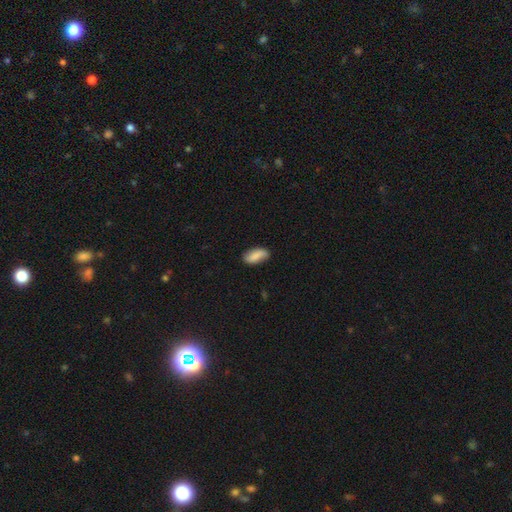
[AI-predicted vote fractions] smooth-or-featured: smooth: 79% | featured or disk: 14% | star or artifact: 7%
  how-rounded: in between: 89% | cigar-shaped: 9% | round: 3%
  merging: none: 76% | minor disturbance: 19% | major disturbance: 4% | merger: 2%